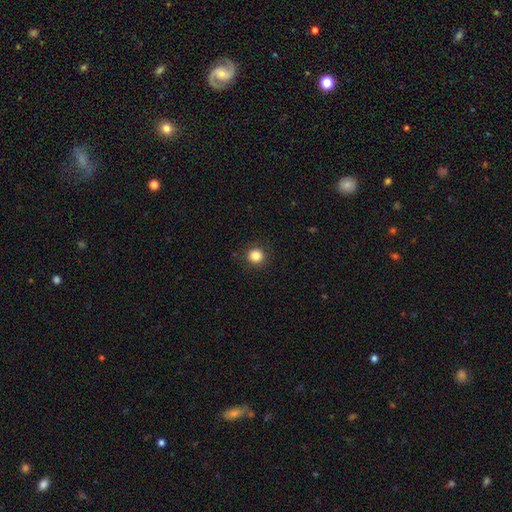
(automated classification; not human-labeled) Smooth or featured: smooth — 84% (star or artifact — 11%)
How rounded: round — 93% (in between — 6%)
Merging: none — 91% (minor disturbance — 6%)